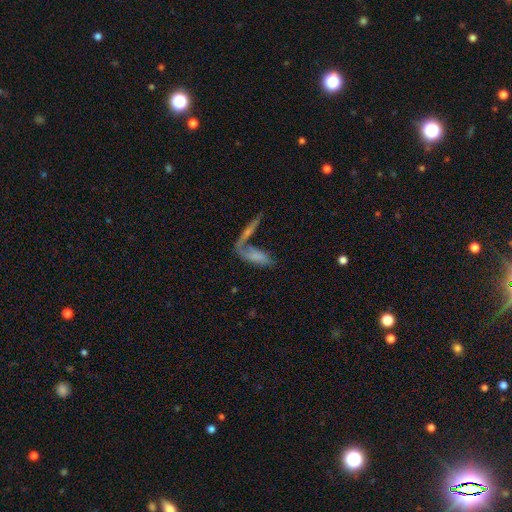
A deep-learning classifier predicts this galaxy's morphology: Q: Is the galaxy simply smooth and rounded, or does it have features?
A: smooth — 55%.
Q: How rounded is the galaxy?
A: in between — 52%.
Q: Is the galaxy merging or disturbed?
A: merger — 52%.